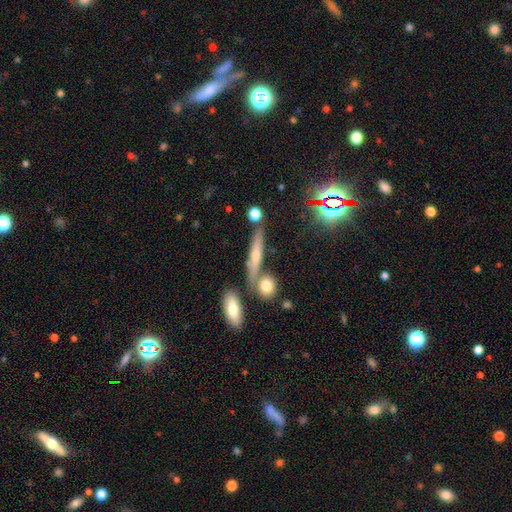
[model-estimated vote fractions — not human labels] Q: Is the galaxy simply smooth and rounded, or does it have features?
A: featured or disk — 45%.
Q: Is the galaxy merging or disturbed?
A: none — 71%.